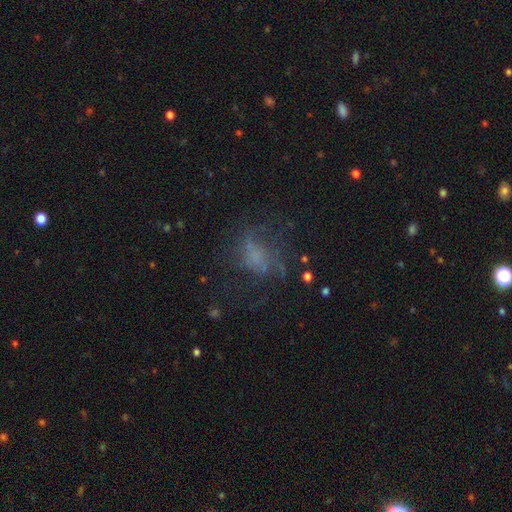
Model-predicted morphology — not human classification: smooth_or_featured: featured or disk (p=0.45) [alt: smooth p=0.33]
merging: none (p=0.49) [alt: major disturbance p=0.30]